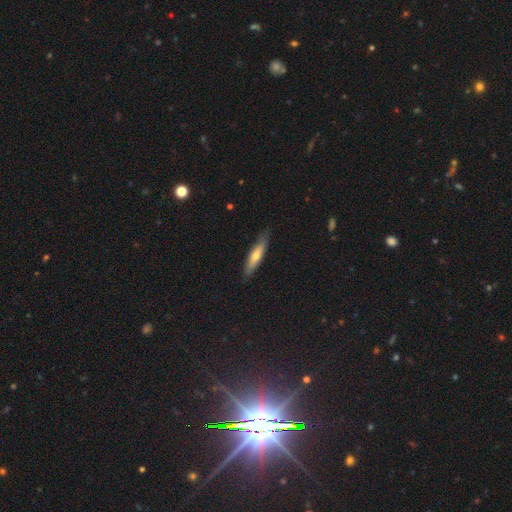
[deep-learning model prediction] The model was most divided on "smooth or featured": smooth: 55%, featured or disk: 39%, star or artifact: 6%. More confident: merging — none (83%); how rounded — cigar-shaped (80%).